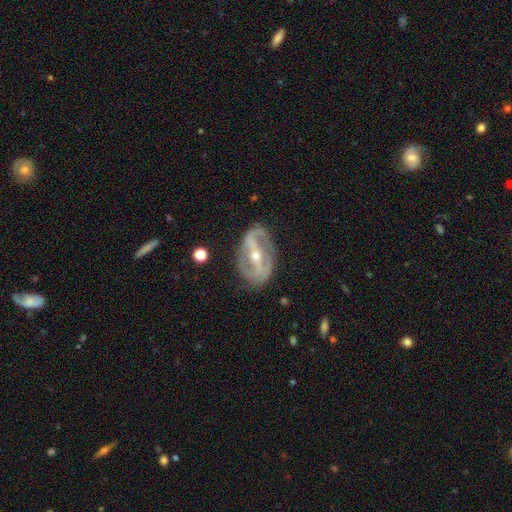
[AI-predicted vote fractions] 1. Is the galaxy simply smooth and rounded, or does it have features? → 86% featured or disk, 8% smooth, 5% star or artifact.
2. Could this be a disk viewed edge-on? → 92% no, 8% yes.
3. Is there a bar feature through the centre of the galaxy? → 72% strong, 19% weak, 9% no.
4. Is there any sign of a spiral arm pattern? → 76% yes, 24% no.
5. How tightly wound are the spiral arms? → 40% medium, 37% tight, 23% loose.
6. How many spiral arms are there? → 81% 2, 11% can't tell, 3% 1, 2% 3, 1% 4, 1% more than 4.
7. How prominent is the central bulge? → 50% small, 47% moderate, 1% large, 1% none, 1% dominant.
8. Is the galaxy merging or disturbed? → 75% none, 16% minor disturbance, 8% major disturbance, 1% merger.